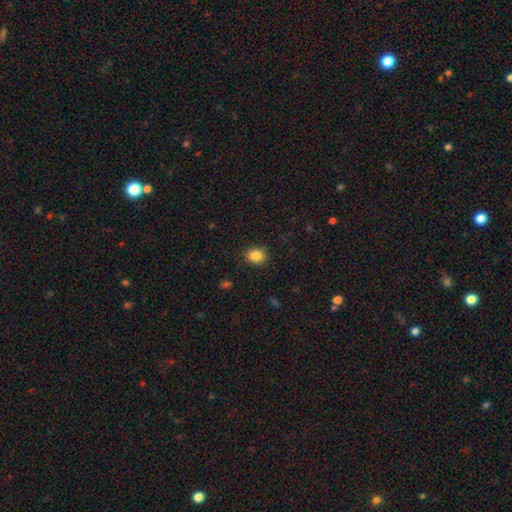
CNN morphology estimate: smooth-or-featured: smooth: 85% | star or artifact: 10% | featured or disk: 5%
  how-rounded: round: 66% | in between: 33% | cigar-shaped: 1%
  merging: none: 86% | minor disturbance: 10% | major disturbance: 2% | merger: 1%